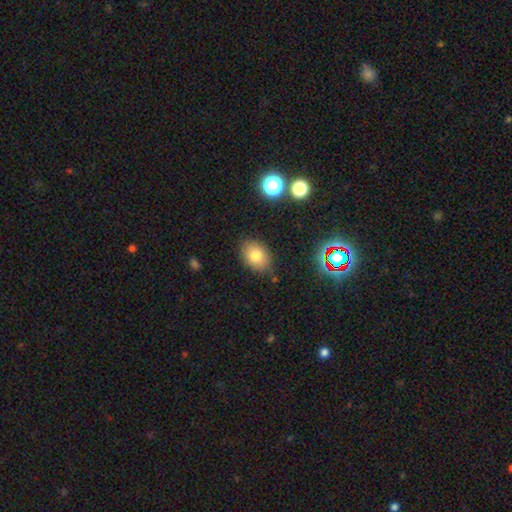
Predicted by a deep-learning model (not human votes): smooth-or-featured: smooth: 78% | star or artifact: 11% | featured or disk: 11%
  how-rounded: in between: 72% | round: 27% | cigar-shaped: 1%
  merging: none: 83% | minor disturbance: 12% | major disturbance: 3% | merger: 2%